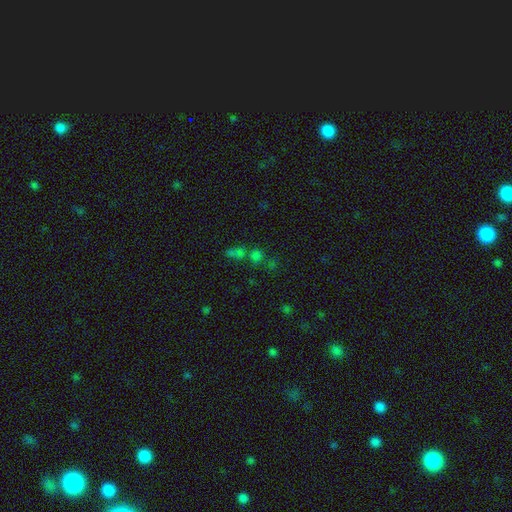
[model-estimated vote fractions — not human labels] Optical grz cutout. It shows a smooth galaxy with no disk features (57%) that is round (78%). Merging: none (46%).